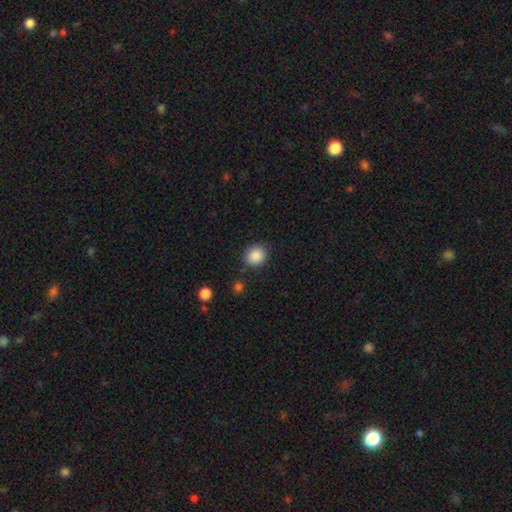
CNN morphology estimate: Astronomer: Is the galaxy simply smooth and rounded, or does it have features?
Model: smooth — 88%.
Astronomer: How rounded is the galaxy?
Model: round — 80%.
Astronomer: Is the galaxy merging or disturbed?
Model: none — 86%.